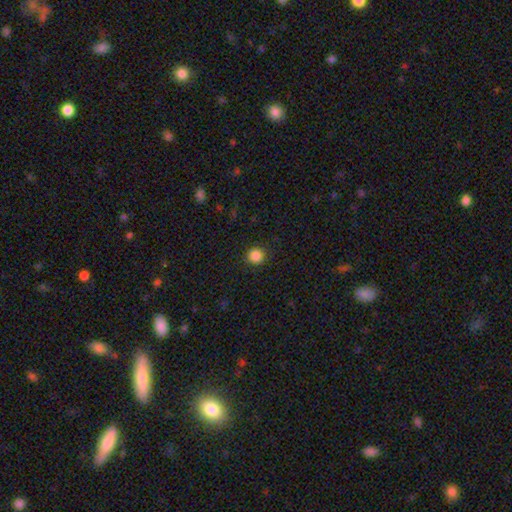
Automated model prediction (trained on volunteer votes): Smooth or featured?
  - smooth: 86% *
  - star or artifact: 11%
  - featured or disk: 3%
How rounded?
  - round: 94% *
  - in between: 5%
  - cigar-shaped: 1%
Merging?
  - none: 91% *
  - minor disturbance: 6%
  - major disturbance: 2%
  - merger: 1%